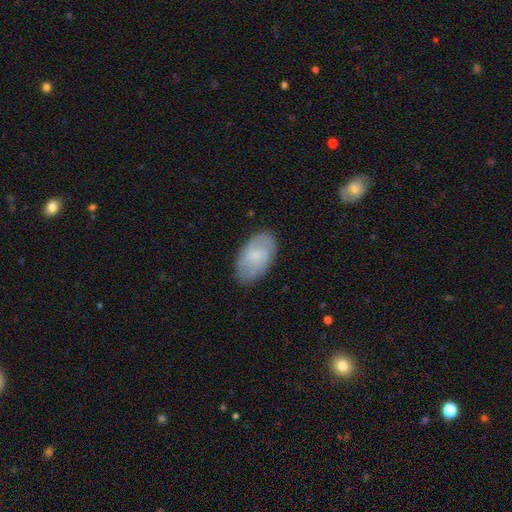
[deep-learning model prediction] A smooth galaxy with no disk features (58%) that is in between round and cigar-shaped (94%).

Vote fractions:
- Smooth or featured? smooth: 58% / featured or disk: 35% / star or artifact: 7%
- How rounded? in between: 94% / round: 4% / cigar-shaped: 2%
- Merging? none: 81% / minor disturbance: 14% / major disturbance: 4% / merger: 1%